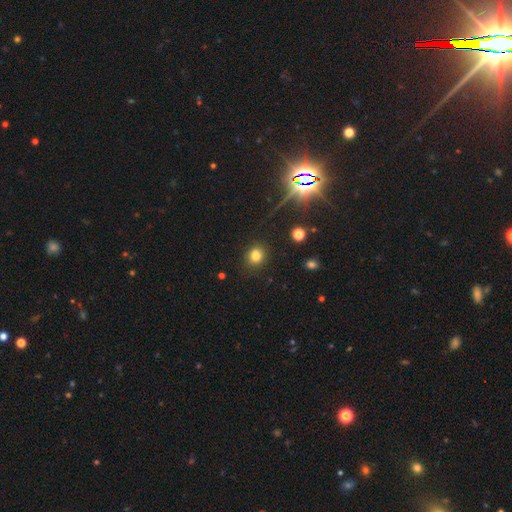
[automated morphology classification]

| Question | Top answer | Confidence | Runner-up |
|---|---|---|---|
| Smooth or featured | smooth | 78% | star or artifact (15%) |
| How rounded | round | 76% | in between (23%) |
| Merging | none | 87% | minor disturbance (8%) |